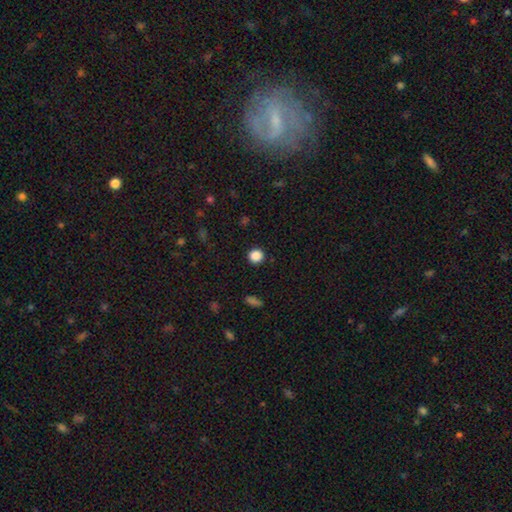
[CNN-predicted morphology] Overall: smooth (86%). How rounded: round (92%). Merging: none (92%).